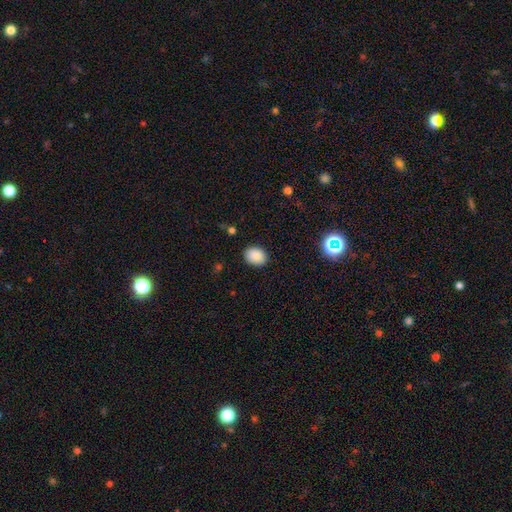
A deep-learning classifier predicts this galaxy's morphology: A smooth galaxy with no disk features (88%) that is in between round and cigar-shaped (64%).

Vote fractions:
- Smooth or featured? smooth: 88% / star or artifact: 9% / featured or disk: 3%
- How rounded? in between: 64% / round: 35% / cigar-shaped: 1%
- Merging? none: 88% / minor disturbance: 8% / major disturbance: 2% / merger: 1%